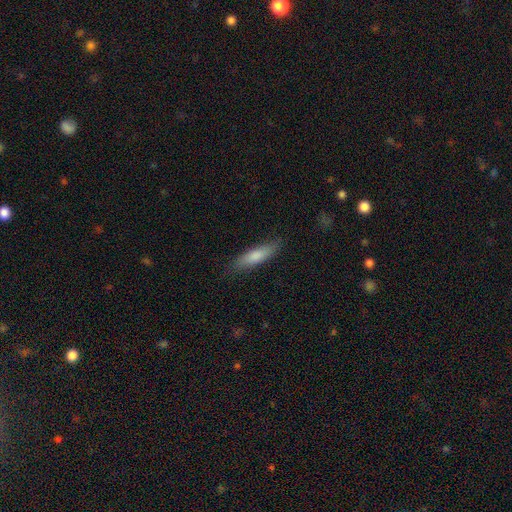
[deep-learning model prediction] smooth 58%, featured or disk 30%, star or artifact 12%. Down the decision tree: how rounded — cigar-shaped (76%); merging — none (84%).